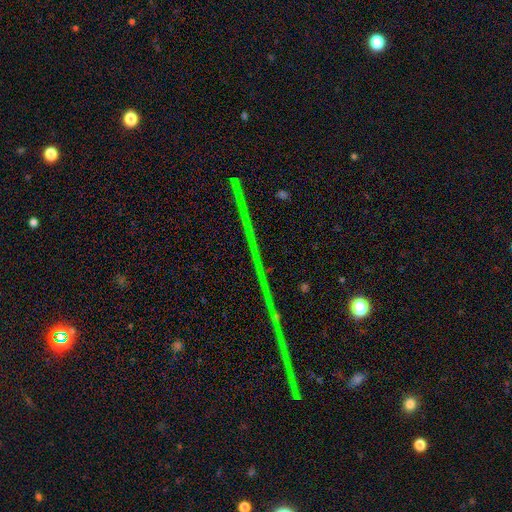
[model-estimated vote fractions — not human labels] Smooth or featured? star or artifact (80%)